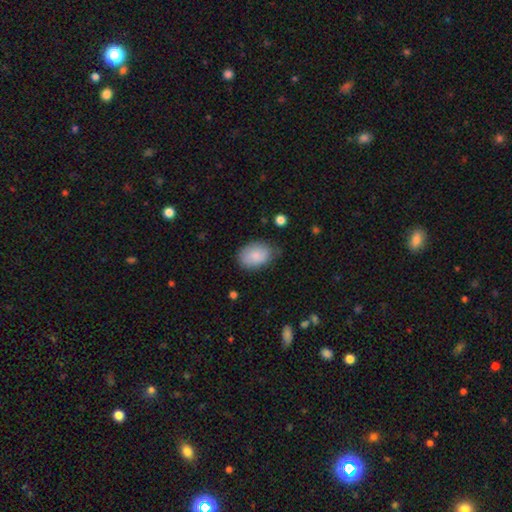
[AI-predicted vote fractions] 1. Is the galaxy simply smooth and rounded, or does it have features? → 86% smooth, 8% featured or disk, 6% star or artifact.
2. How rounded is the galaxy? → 83% in between, 16% round, 1% cigar-shaped.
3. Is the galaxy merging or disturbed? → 70% none, 23% minor disturbance, 5% major disturbance, 2% merger.